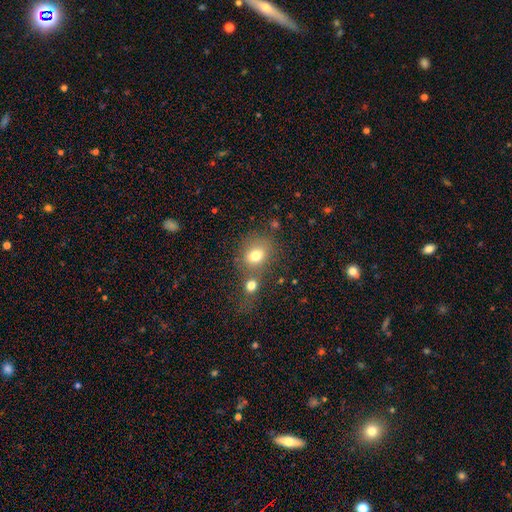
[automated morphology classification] This is likely a smooth galaxy (75%). How rounded: possibly round (57%). Merging: possibly none (52%).